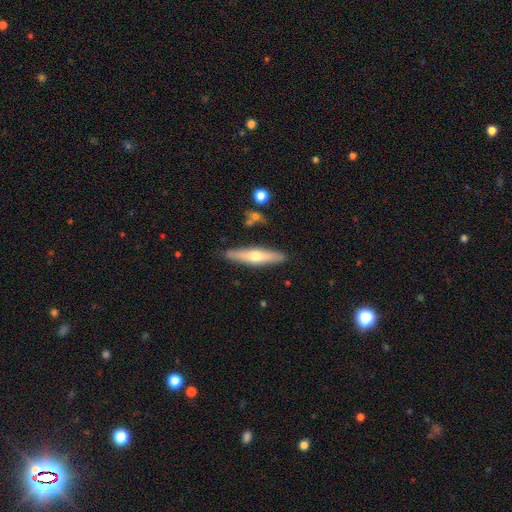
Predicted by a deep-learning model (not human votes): Smooth or featured: featured or disk — 50% (smooth — 44%)
Merging: none — 87% (minor disturbance — 9%)